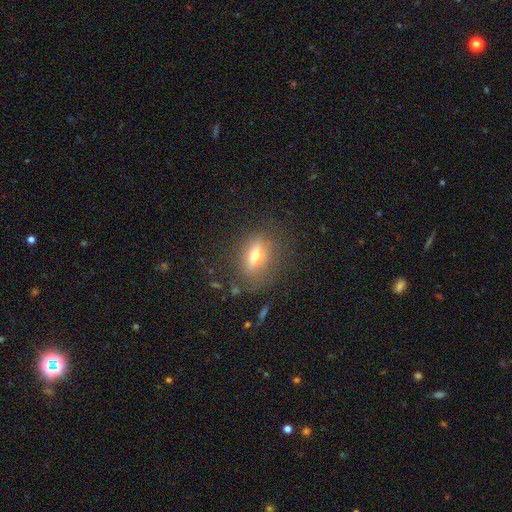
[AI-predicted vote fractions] Smooth or featured?
  - smooth: 46% *
  - featured or disk: 41%
  - star or artifact: 12%
Merging?
  - none: 76% *
  - minor disturbance: 15%
  - major disturbance: 7%
  - merger: 2%